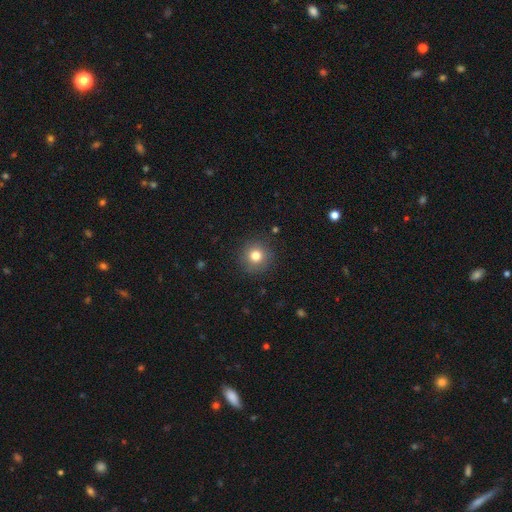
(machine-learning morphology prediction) smooth_or_featured: smooth (p=0.79) [alt: star or artifact p=0.12]
how_rounded: round (p=0.94) [alt: in between p=0.05]
merging: none (p=0.89) [alt: minor disturbance p=0.07]